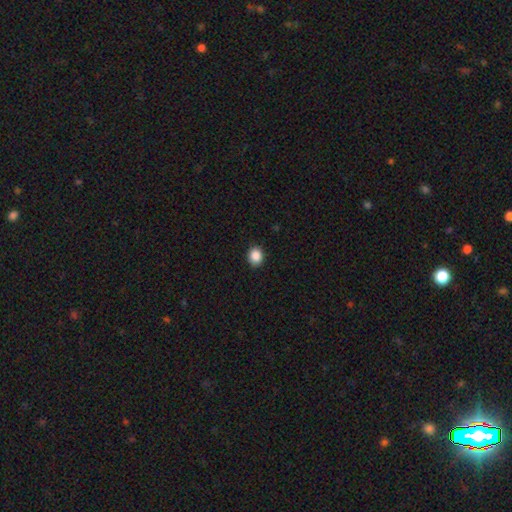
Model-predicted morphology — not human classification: Smooth or featured?
  - smooth: 88% *
  - star or artifact: 9%
  - featured or disk: 3%
How rounded?
  - round: 67% *
  - in between: 32%
  - cigar-shaped: 1%
Merging?
  - none: 90% *
  - minor disturbance: 8%
  - major disturbance: 2%
  - merger: 1%